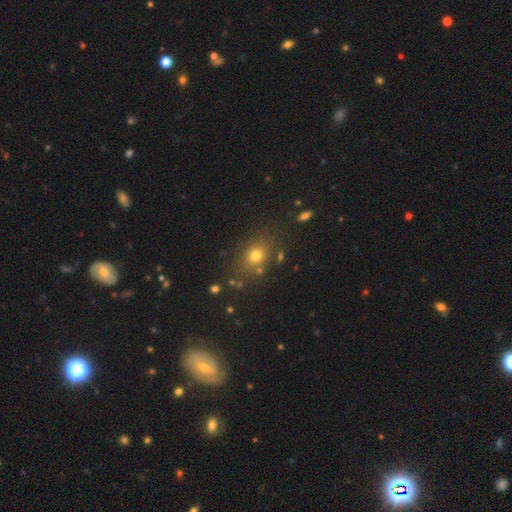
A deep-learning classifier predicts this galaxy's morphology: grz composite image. It shows a smooth galaxy with no disk features (73%) that is in between round and cigar-shaped (56%). Merging: none (78%).